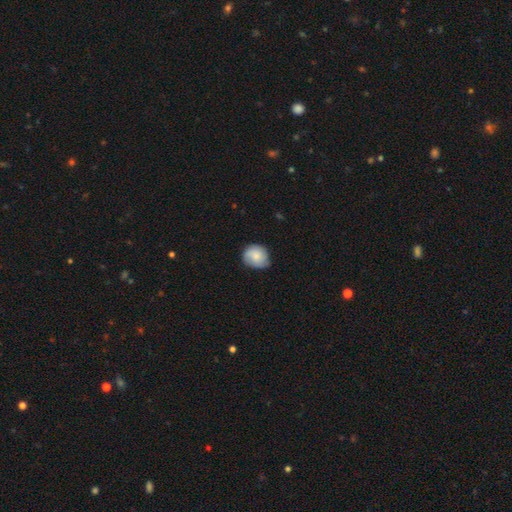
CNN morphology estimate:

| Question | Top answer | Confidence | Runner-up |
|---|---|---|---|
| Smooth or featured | smooth | 75% | featured or disk (18%) |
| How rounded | round | 73% | in between (26%) |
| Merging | none | 62% | minor disturbance (31%) |